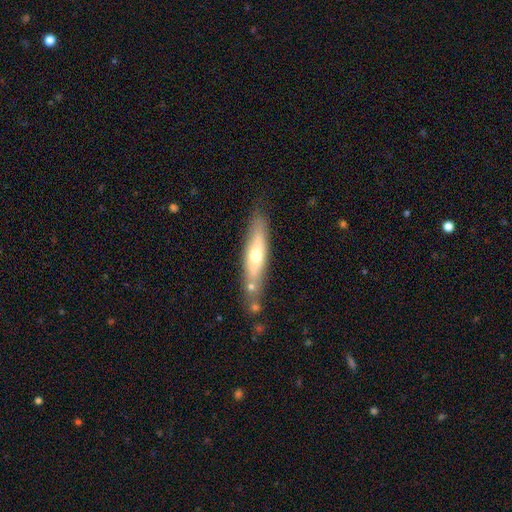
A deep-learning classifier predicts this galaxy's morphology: Smooth or featured? Predicted: smooth (p=0.49). Merging? Predicted: none (p=0.69).